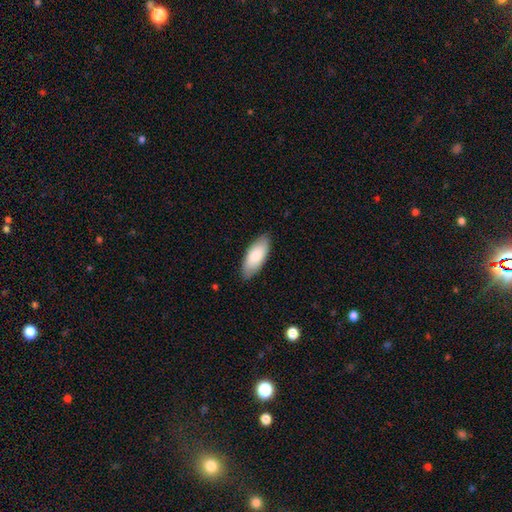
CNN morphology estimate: This is likely a smooth galaxy (76%). How rounded: clearly in between (84%). Merging: clearly none (86%).